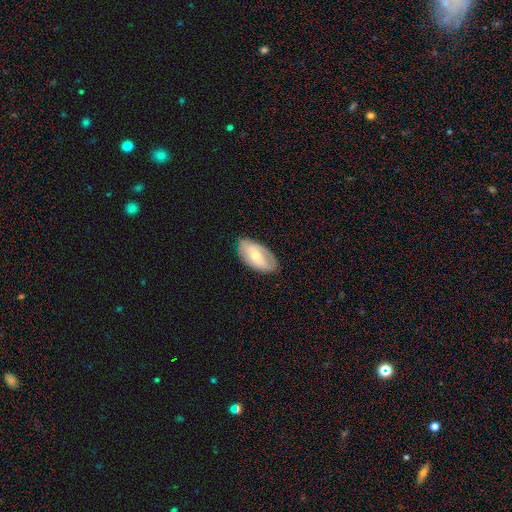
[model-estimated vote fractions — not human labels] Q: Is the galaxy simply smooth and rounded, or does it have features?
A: smooth — 47%.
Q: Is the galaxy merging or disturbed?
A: none — 80%.